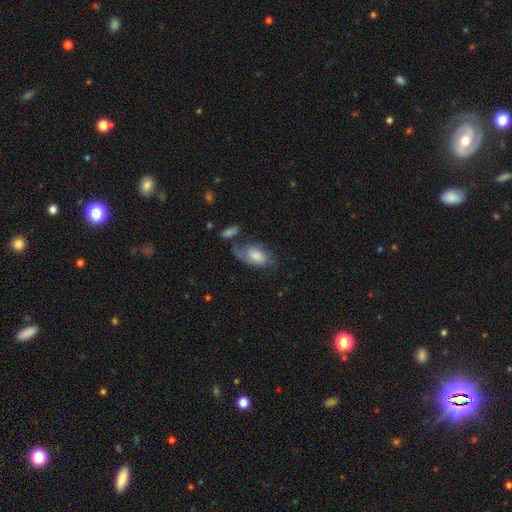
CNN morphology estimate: The model was most divided on "smooth or featured": featured or disk: 49%, smooth: 43%, star or artifact: 9%. Remaining: merging — none (40%).